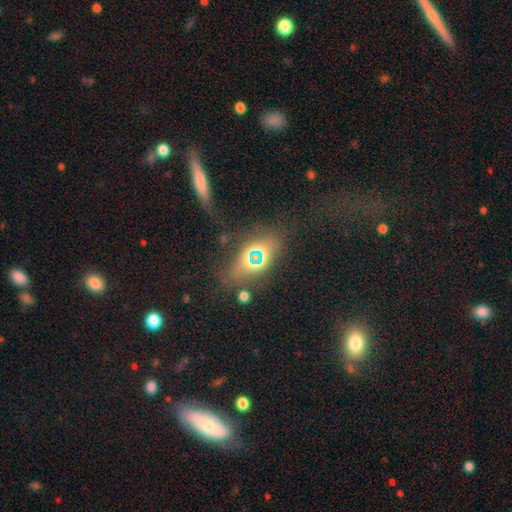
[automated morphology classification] Overall: star or artifact (56%; smooth 29%).